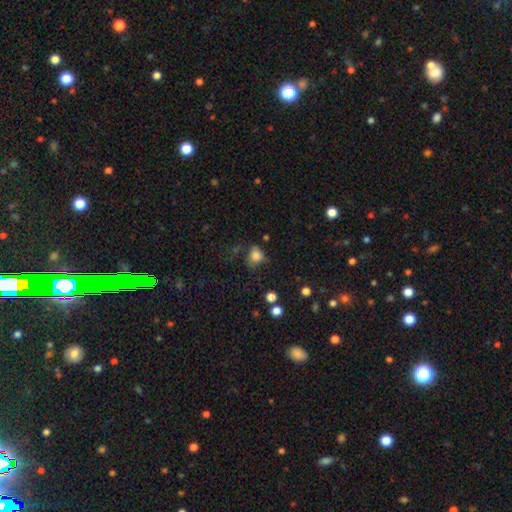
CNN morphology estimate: smooth_or_featured: smooth (p=0.80) [alt: star or artifact p=0.11]
how_rounded: round (p=0.54) [alt: in between p=0.45]
merging: none (p=0.48) [alt: minor disturbance p=0.31]